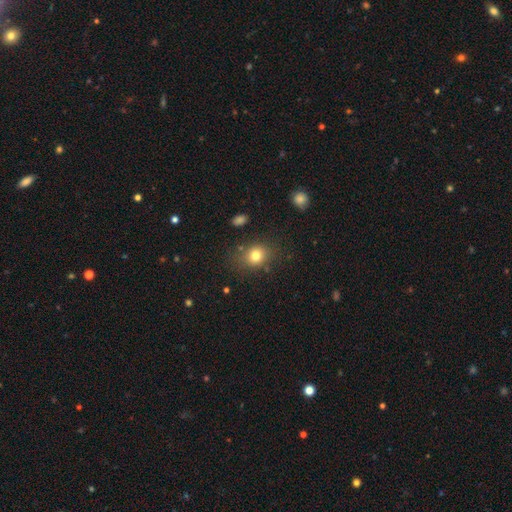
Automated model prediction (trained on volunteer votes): smooth 78%, star or artifact 13%, featured or disk 9%. Down the decision tree: how rounded — round (55%); merging — none (77%).